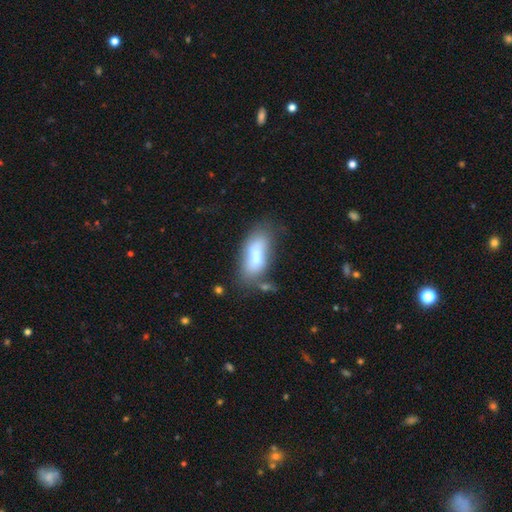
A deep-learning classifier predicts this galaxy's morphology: The model was most divided on "merging": none: 42%, minor disturbance: 25%, merger: 19%, major disturbance: 14%. More confident: how rounded — in between (83%); smooth or featured — smooth (66%).